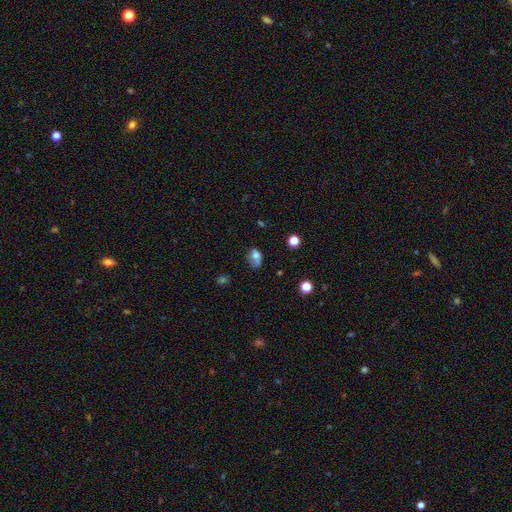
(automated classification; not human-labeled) Overall: smooth (68%). How rounded: in between (72%). Merging: none (34%; minor disturbance 32%).